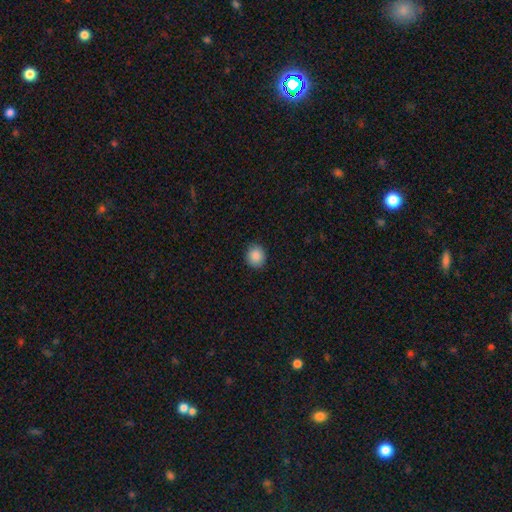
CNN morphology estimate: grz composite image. It shows a smooth galaxy with no disk features (88%) that is round (75%). Merging: none (89%).